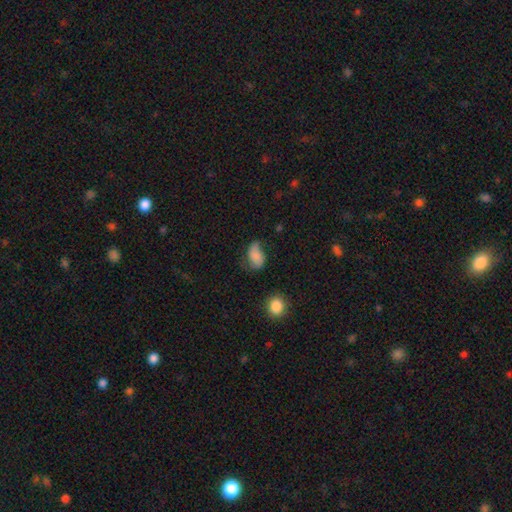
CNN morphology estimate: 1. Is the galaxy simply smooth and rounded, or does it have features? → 69% smooth, 20% featured or disk, 11% star or artifact.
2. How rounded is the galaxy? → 85% in between, 13% round, 2% cigar-shaped.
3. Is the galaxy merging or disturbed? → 39% none, 35% minor disturbance, 22% major disturbance, 4% merger.